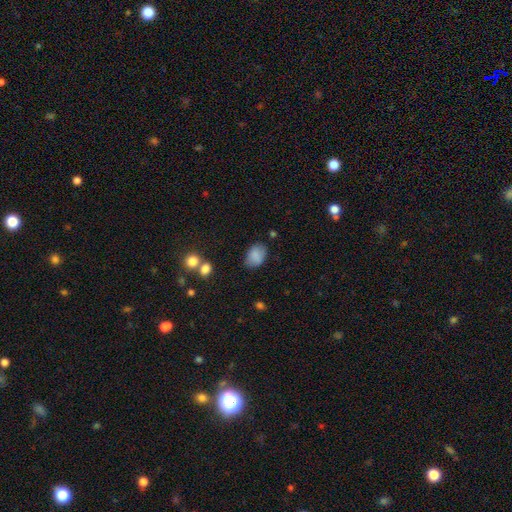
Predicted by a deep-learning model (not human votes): smooth-or-featured: smooth: 84% | star or artifact: 8% | featured or disk: 7%
  how-rounded: in between: 80% | round: 19% | cigar-shaped: 1%
  merging: none: 73% | minor disturbance: 19% | major disturbance: 5% | merger: 3%